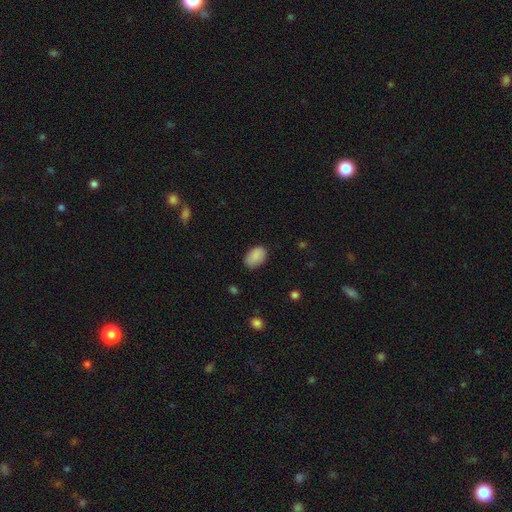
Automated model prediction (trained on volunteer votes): Smooth or featured?
  - smooth: 88% *
  - star or artifact: 7%
  - featured or disk: 5%
How rounded?
  - in between: 91% *
  - round: 8%
  - cigar-shaped: 1%
Merging?
  - none: 81% *
  - minor disturbance: 15%
  - major disturbance: 3%
  - merger: 1%